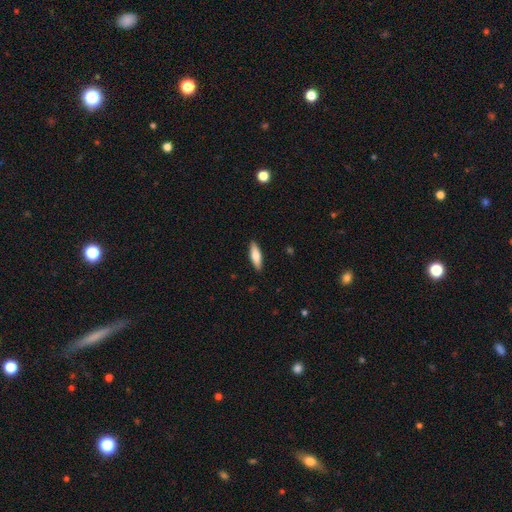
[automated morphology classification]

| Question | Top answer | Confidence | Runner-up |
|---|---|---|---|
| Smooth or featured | smooth | 72% | featured or disk (22%) |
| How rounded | cigar-shaped | 53% | in between (45%) |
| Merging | none | 89% | minor disturbance (8%) |